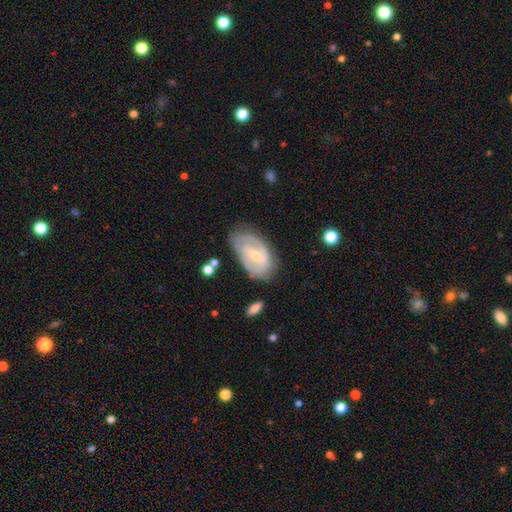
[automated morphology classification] Overall: featured or disk (78%). Edge-on disk: no (96%). Bar: weak (52%; strong 25%). Spiral arms: yes (89%). Spiral arm count: 2 (63%). Spiral winding: tight (45%; medium 40%). Bulge size: small (63%; moderate 33%). Merging: none (69%).